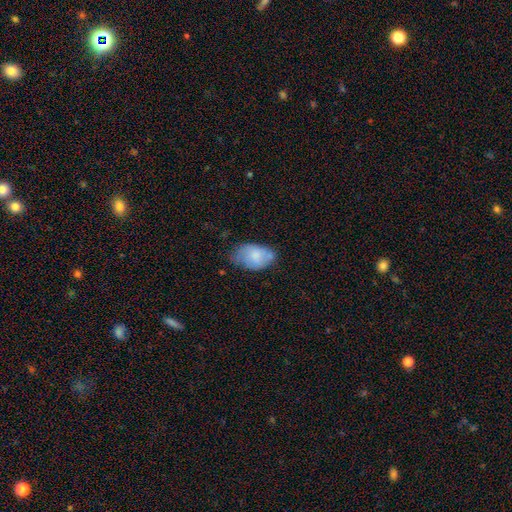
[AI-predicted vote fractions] Morphology: type=smooth (73%); roundness=in between (92%); merging=none (44%).